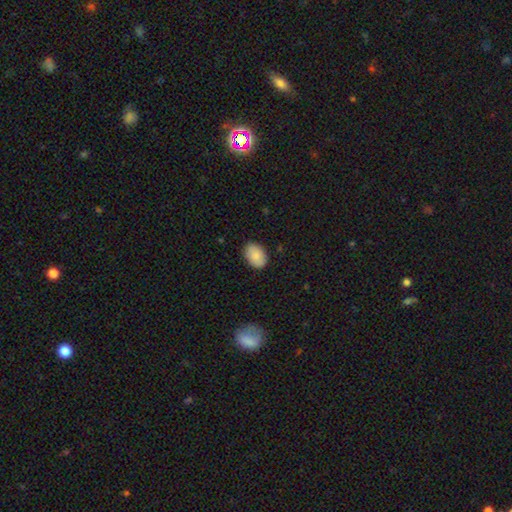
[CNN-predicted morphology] Overall: smooth (85%). How rounded: in between (82%). Merging: none (85%).